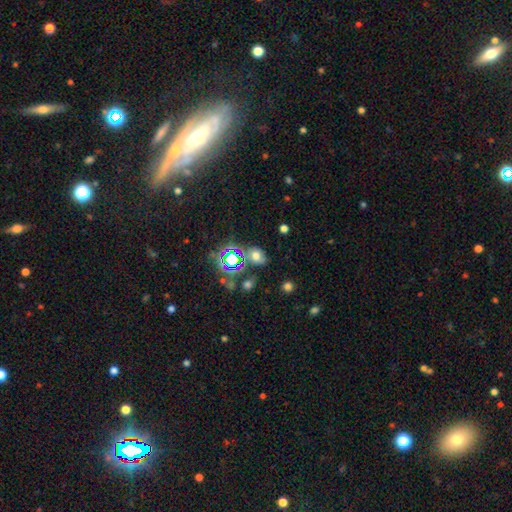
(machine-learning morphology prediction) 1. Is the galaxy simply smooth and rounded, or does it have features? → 55% smooth, 30% star or artifact, 15% featured or disk.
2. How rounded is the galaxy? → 62% in between, 37% round, 1% cigar-shaped.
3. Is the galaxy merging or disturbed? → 60% none, 19% minor disturbance, 11% merger, 10% major disturbance.